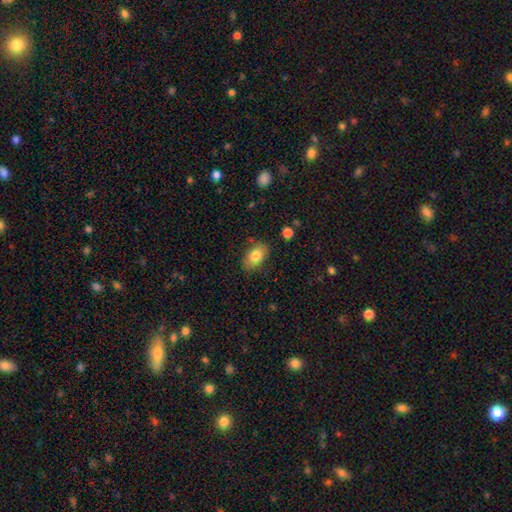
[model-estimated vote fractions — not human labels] smooth_or_featured: smooth (p=0.80) [alt: featured or disk p=0.13]
how_rounded: in between (p=0.84) [alt: round p=0.15]
merging: none (p=0.80) [alt: minor disturbance p=0.15]